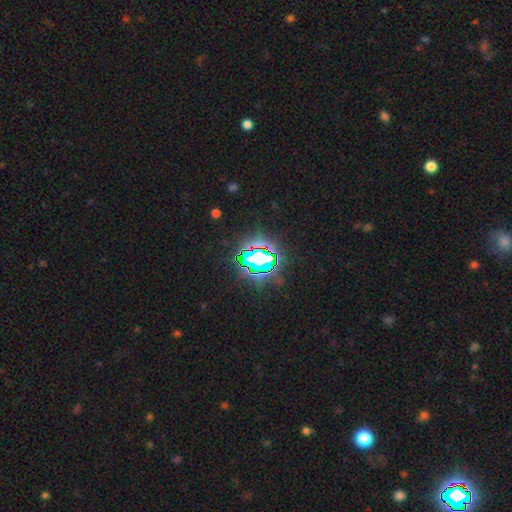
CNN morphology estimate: type=star or artifact (78%).